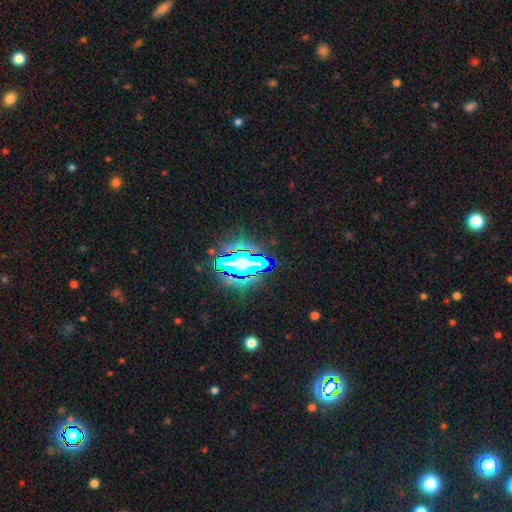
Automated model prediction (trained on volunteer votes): Overall: star or artifact (70%).